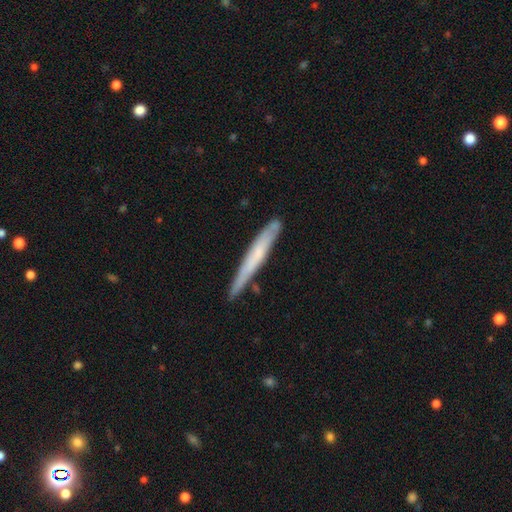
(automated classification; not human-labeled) Smooth or featured? featured or disk (47%)
Merging? none (79%)